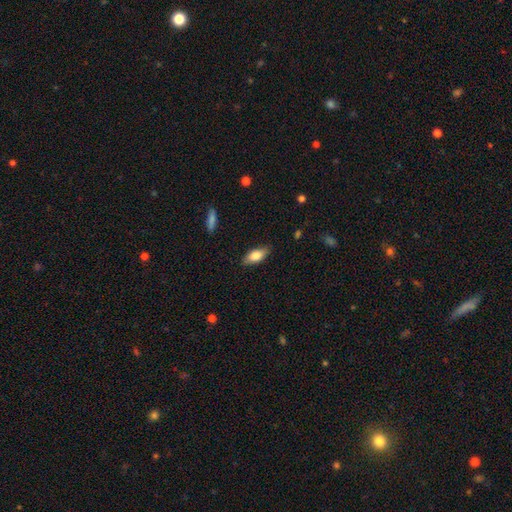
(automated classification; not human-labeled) smooth-or-featured: smooth: 78% | featured or disk: 16% | star or artifact: 6%
  how-rounded: in between: 82% | cigar-shaped: 16% | round: 2%
  merging: none: 84% | minor disturbance: 12% | major disturbance: 2% | merger: 1%